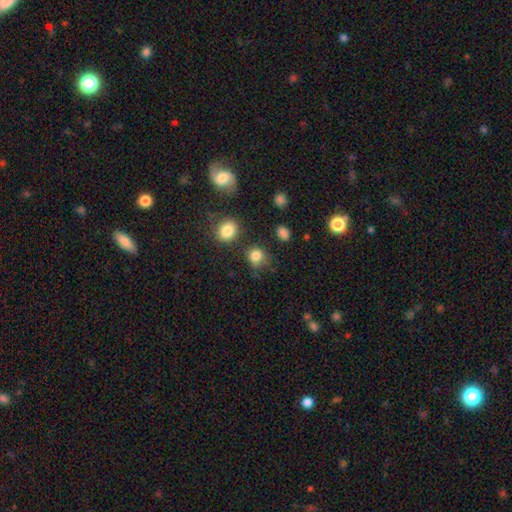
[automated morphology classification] Smooth or featured? Predicted: smooth (p=0.82). How rounded? Predicted: round (p=0.79). Merging? Predicted: none (p=0.67).